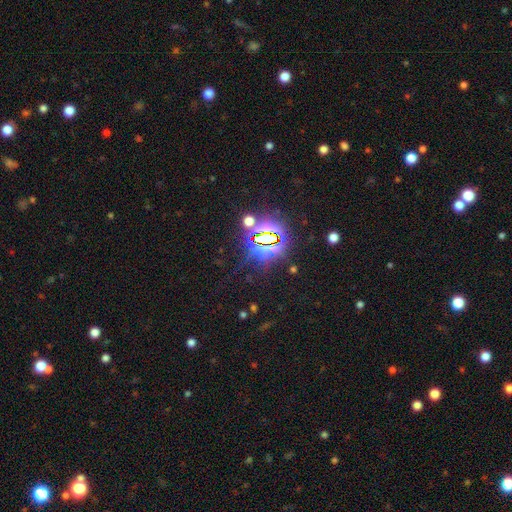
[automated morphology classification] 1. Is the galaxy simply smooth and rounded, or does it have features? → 82% star or artifact, 10% smooth, 8% featured or disk.